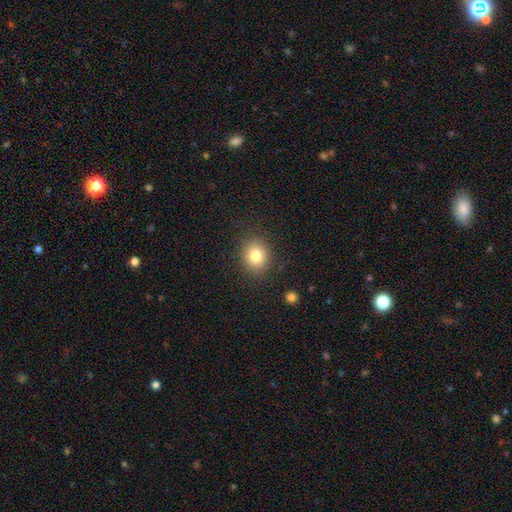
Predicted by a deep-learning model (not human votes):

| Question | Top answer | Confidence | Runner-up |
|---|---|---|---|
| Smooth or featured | smooth | 80% | star or artifact (11%) |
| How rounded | round | 74% | in between (25%) |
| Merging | none | 87% | minor disturbance (9%) |